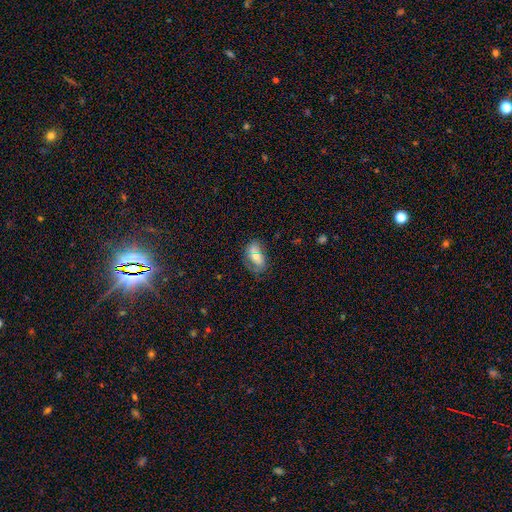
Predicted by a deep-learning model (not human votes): The model was most divided on "smooth or featured": smooth: 60%, featured or disk: 24%, star or artifact: 15%. More confident: how rounded — in between (83%); merging — none (59%).